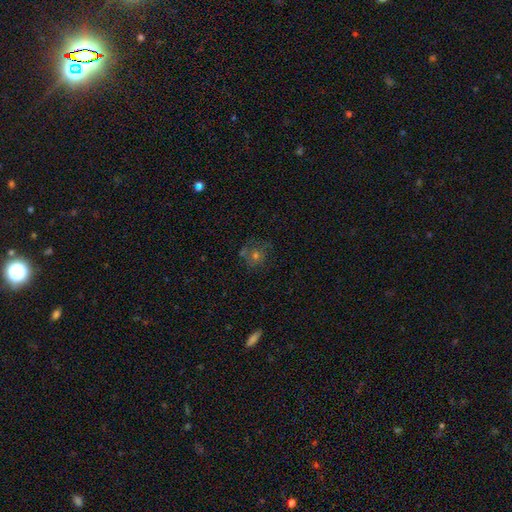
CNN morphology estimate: This appears to be a smooth galaxy with no disk features (45%). Merging: none (67%).